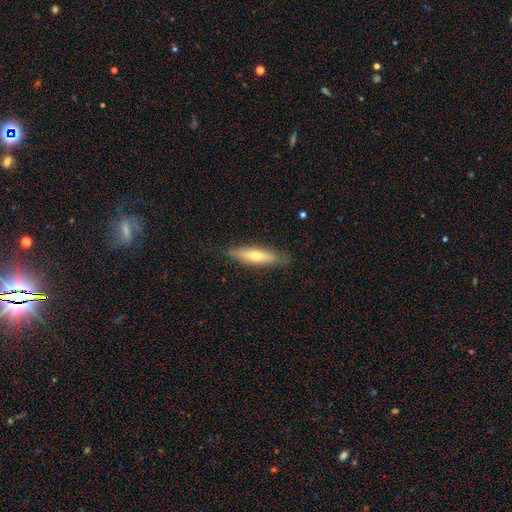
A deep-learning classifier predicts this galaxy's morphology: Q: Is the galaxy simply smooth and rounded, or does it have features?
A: smooth — 58%.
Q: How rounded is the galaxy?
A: cigar-shaped — 72%.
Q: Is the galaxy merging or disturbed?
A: none — 84%.